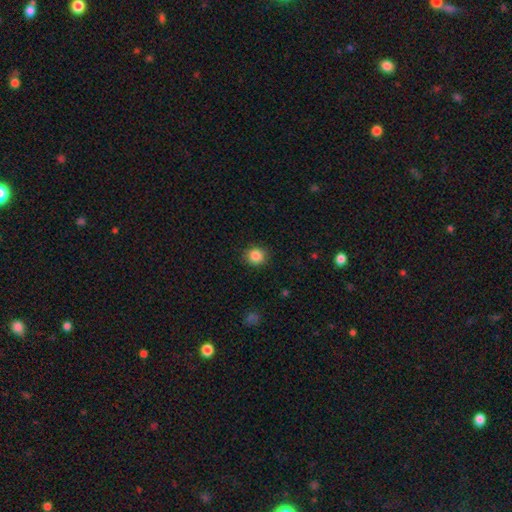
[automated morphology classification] A smooth galaxy with no disk features (85%) that is round (87%).

Vote fractions:
- Smooth or featured? smooth: 85% / star or artifact: 10% / featured or disk: 5%
- How rounded? round: 87% / in between: 12% / cigar-shaped: 1%
- Merging? none: 89% / minor disturbance: 8% / major disturbance: 2% / merger: 1%